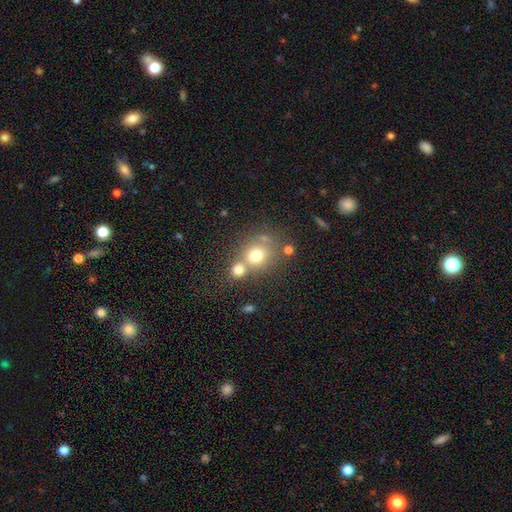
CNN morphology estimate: smooth 71%, star or artifact 15%, featured or disk 14%. Down the decision tree: how rounded — round (82%); merging — none (46%).